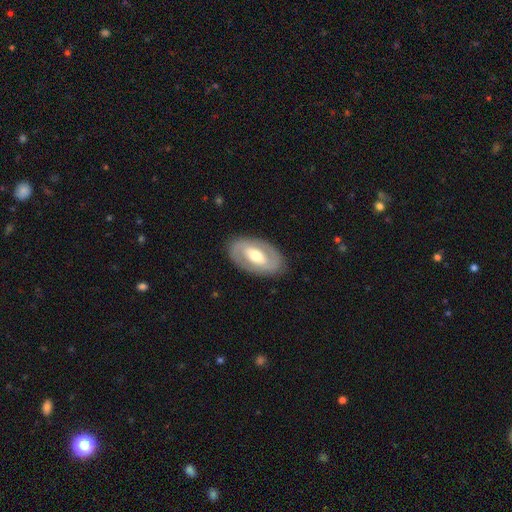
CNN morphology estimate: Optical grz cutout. It shows a featured or disk galaxy (69%) with a weak bar (38%), spiral arms (59%) and a moderate central bulge (66%). Merging: none (85%).